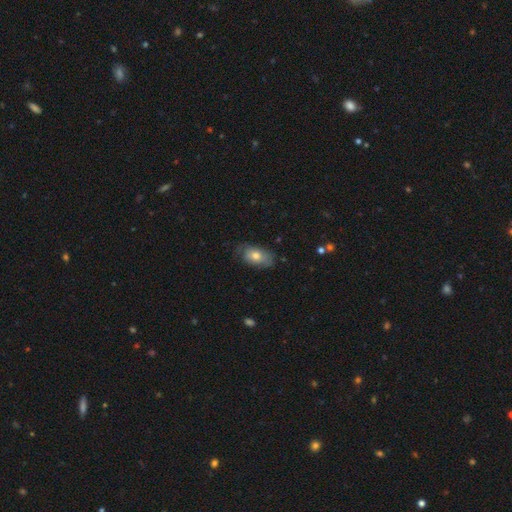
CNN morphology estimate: Smooth or featured? Predicted: smooth (p=0.69). How rounded? Predicted: in between (p=0.89). Merging? Predicted: none (p=0.63).